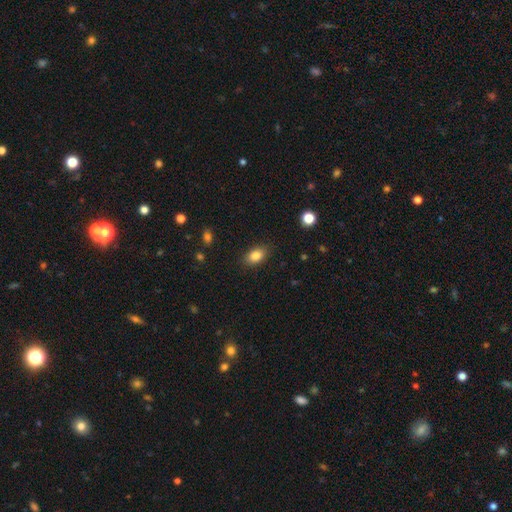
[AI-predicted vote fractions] Morphology: type=smooth (84%); roundness=in between (85%); merging=none (86%).